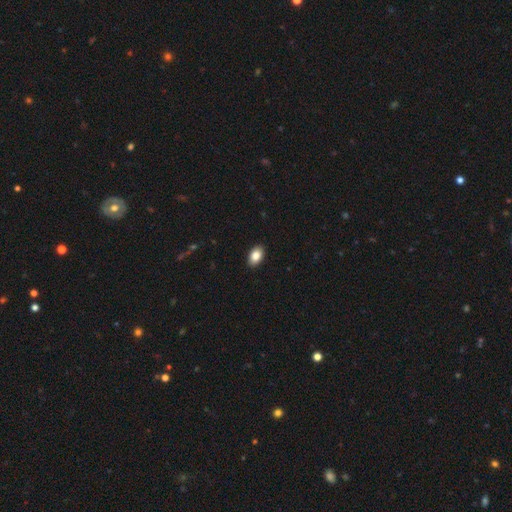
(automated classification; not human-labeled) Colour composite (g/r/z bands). It shows a smooth galaxy with no disk features (85%) that is in between round and cigar-shaped (89%). Merging: none (90%).